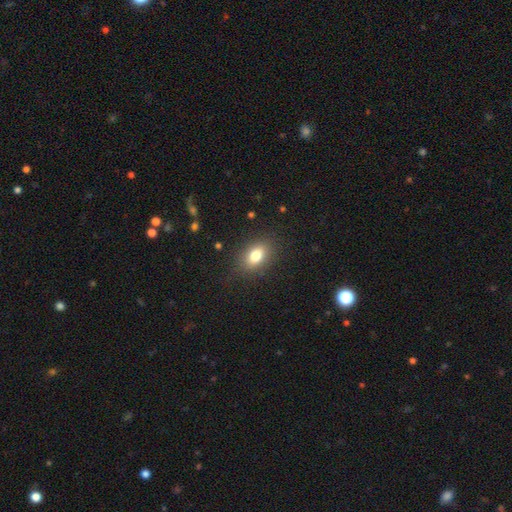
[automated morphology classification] smooth_or_featured: smooth (p=0.80) [alt: featured or disk p=0.10]
how_rounded: in between (p=0.80) [alt: round p=0.17]
merging: none (p=0.84) [alt: minor disturbance p=0.11]